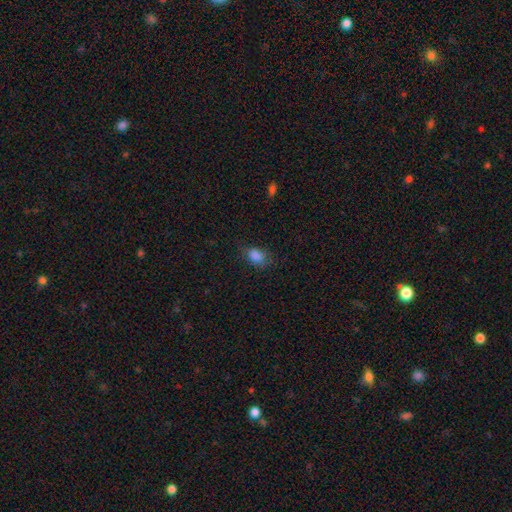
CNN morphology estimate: Smooth or featured? smooth (82%)
How rounded? in between (75%)
Merging? none (63%)